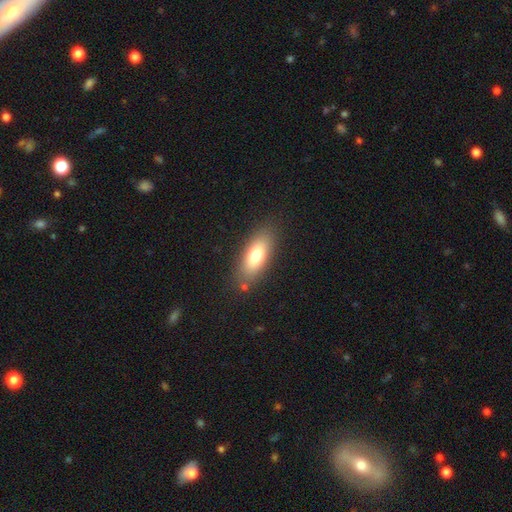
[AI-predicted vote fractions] Smooth or featured: smooth — 74% (featured or disk — 18%)
How rounded: in between — 78% (cigar-shaped — 19%)
Merging: none — 83% (minor disturbance — 11%)